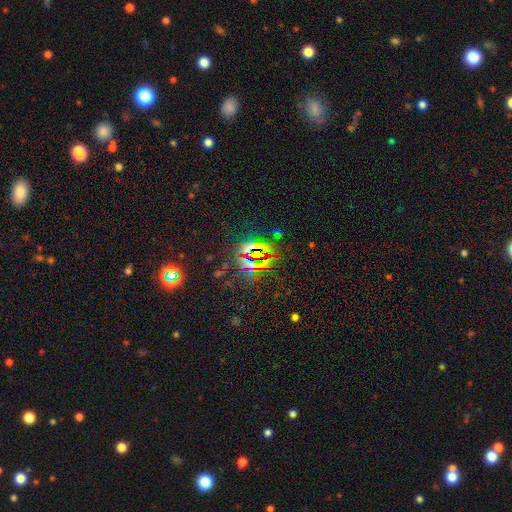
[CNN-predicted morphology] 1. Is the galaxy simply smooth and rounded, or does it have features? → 79% star or artifact, 12% smooth, 9% featured or disk.